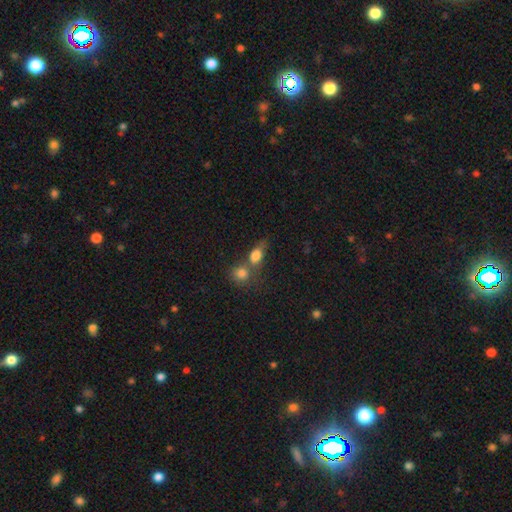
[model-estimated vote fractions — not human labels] Smooth or featured?
  - smooth: 79% *
  - star or artifact: 10%
  - featured or disk: 10%
How rounded?
  - in between: 63% *
  - round: 32%
  - cigar-shaped: 5%
Merging?
  - merger: 50% *
  - none: 32%
  - minor disturbance: 11%
  - major disturbance: 7%